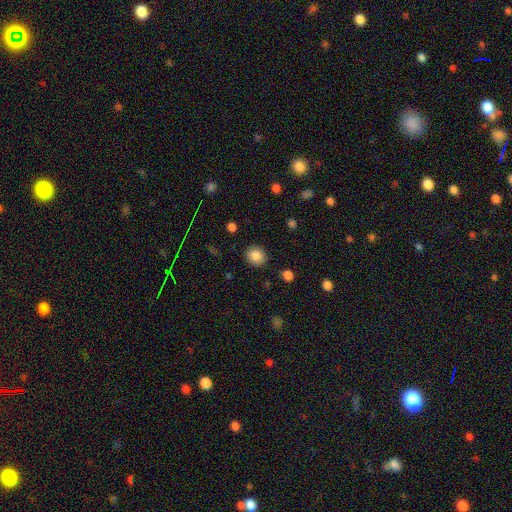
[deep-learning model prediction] Morphology: type=smooth (85%); roundness=round (73%); merging=none (89%).